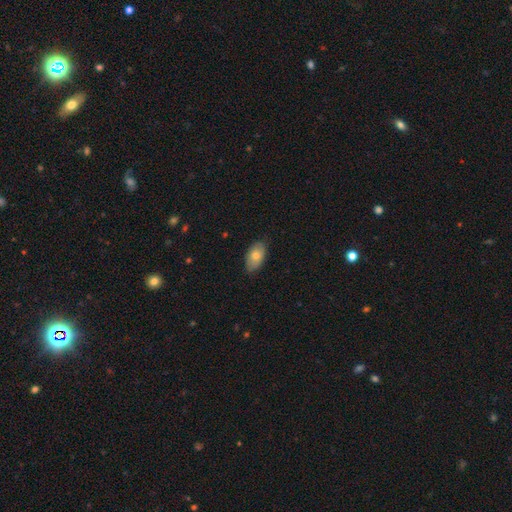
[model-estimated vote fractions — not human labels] Q: Smooth or featured?
A: smooth (71%); runner-up: featured or disk (22%)
Q: How rounded?
A: in between (93%); runner-up: round (5%)
Q: Merging?
A: none (80%); runner-up: minor disturbance (16%)